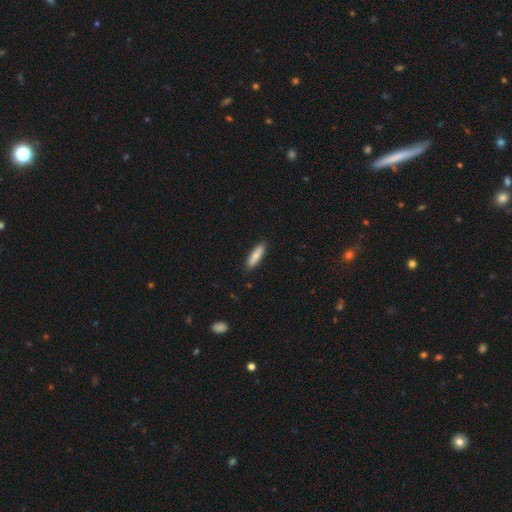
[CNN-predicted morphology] Smooth or featured?
  - smooth: 86% *
  - featured or disk: 9%
  - star or artifact: 5%
How rounded?
  - cigar-shaped: 64% *
  - in between: 34%
  - round: 1%
Merging?
  - none: 88% *
  - minor disturbance: 9%
  - major disturbance: 2%
  - merger: 1%